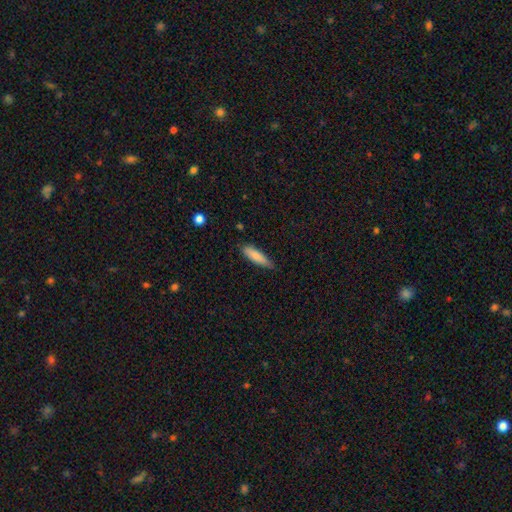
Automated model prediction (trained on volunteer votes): Q: Smooth or featured?
A: smooth (82%); runner-up: featured or disk (12%)
Q: How rounded?
A: cigar-shaped (65%); runner-up: in between (33%)
Q: Merging?
A: none (71%); runner-up: minor disturbance (24%)